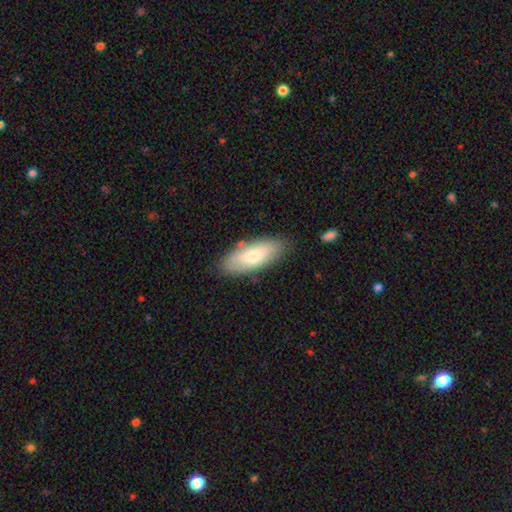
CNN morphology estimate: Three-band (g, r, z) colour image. It shows a smooth galaxy with no disk features (71%) that is in between round and cigar-shaped (75%). Merging: none (81%).